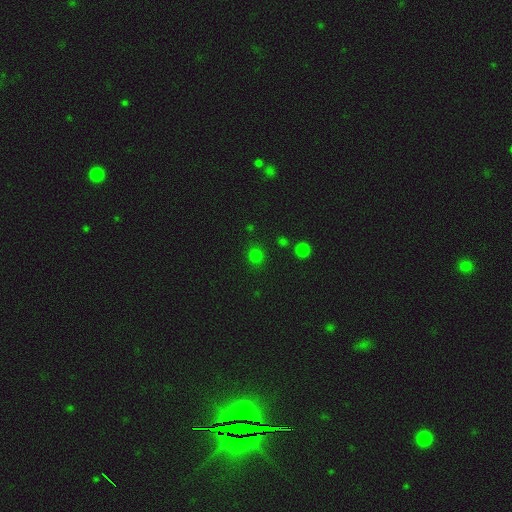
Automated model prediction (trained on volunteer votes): The model was most divided on "smooth or featured": smooth: 75%, star or artifact: 21%, featured or disk: 4%. More confident: how rounded — round (88%); merging — none (87%).